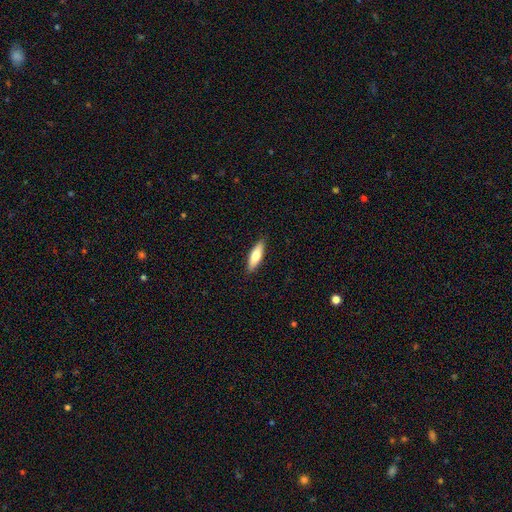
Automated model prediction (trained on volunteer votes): Morphology: type=smooth (72%); roundness=cigar-shaped (54%); merging=none (89%).